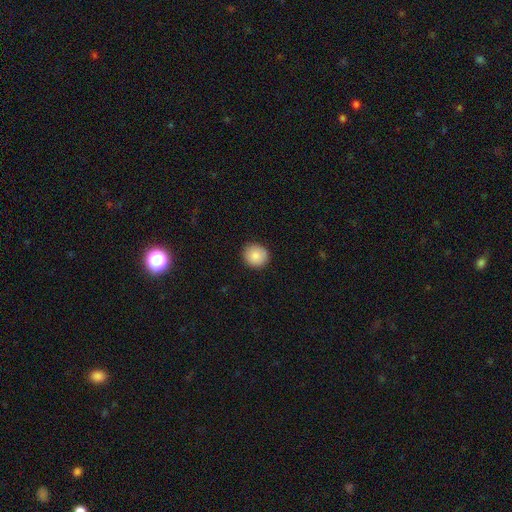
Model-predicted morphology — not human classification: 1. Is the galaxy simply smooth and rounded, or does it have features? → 87% smooth, 8% star or artifact, 5% featured or disk.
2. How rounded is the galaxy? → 87% round, 12% in between, 1% cigar-shaped.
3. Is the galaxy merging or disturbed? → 91% none, 7% minor disturbance, 2% major disturbance, 1% merger.